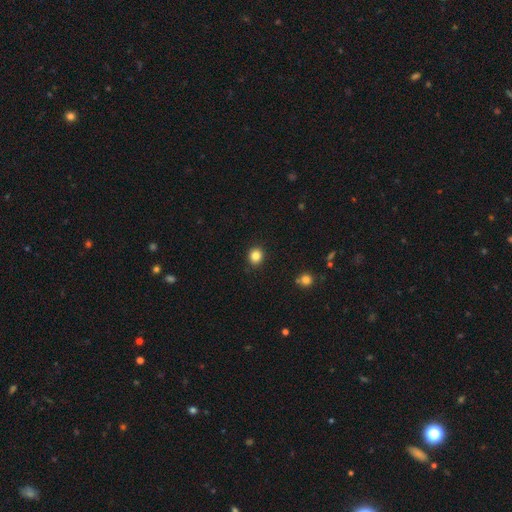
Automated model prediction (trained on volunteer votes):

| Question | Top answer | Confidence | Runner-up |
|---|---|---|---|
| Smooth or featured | smooth | 84% | star or artifact (11%) |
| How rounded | round | 80% | in between (19%) |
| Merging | none | 90% | minor disturbance (7%) |